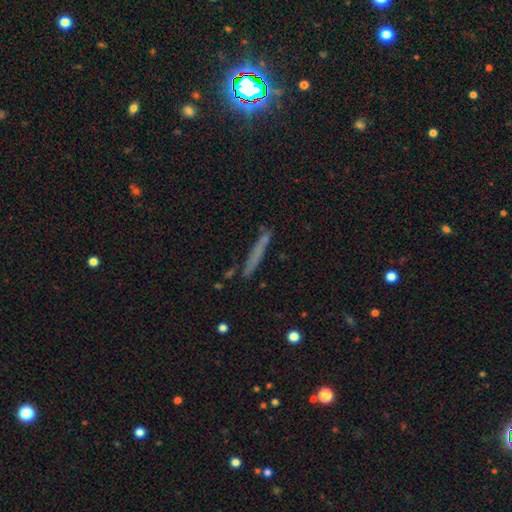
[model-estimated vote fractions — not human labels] A smooth galaxy with no disk features (61%) that is cigar-shaped (95%). Merging: none (81%).